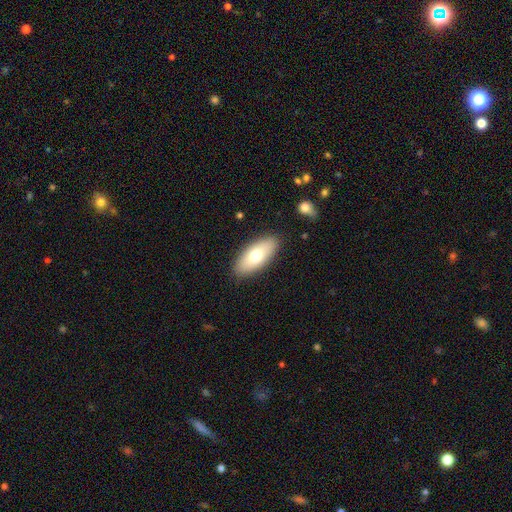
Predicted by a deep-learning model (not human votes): A smooth galaxy with no disk features (72%) that is in between round and cigar-shaped (86%).

Vote fractions:
- Smooth or featured? smooth: 72% / featured or disk: 22% / star or artifact: 6%
- How rounded? in between: 86% / cigar-shaped: 12% / round: 2%
- Merging? none: 87% / minor disturbance: 9% / major disturbance: 2% / merger: 1%